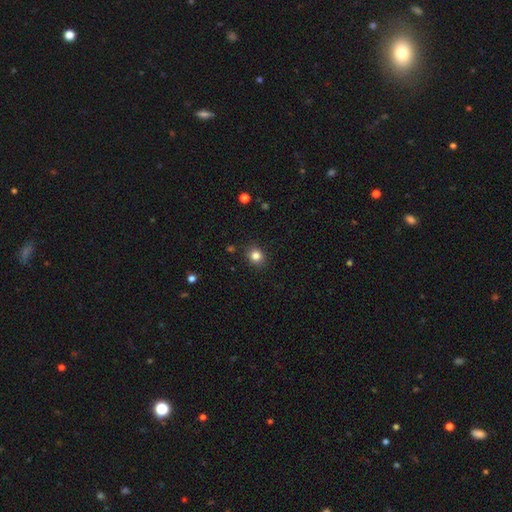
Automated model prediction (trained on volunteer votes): Morphology: type=smooth (83%); roundness=round (79%); merging=none (89%).